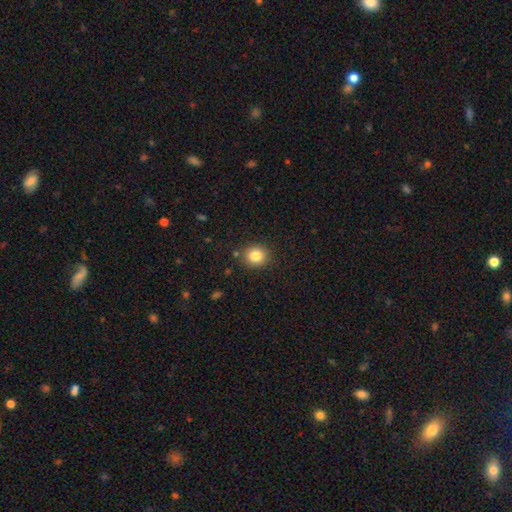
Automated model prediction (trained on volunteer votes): A smooth galaxy with no disk features (83%) that is round (82%). Merging: none (87%).